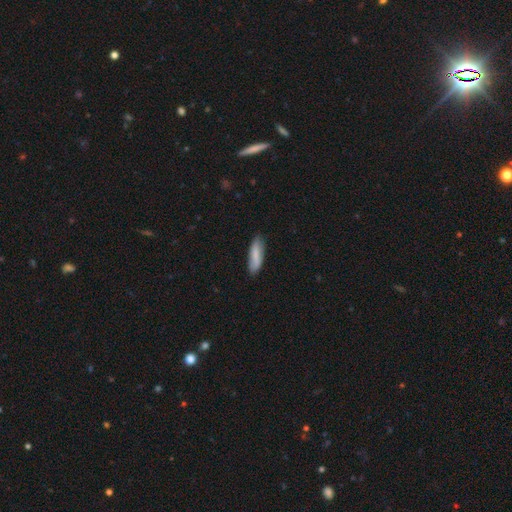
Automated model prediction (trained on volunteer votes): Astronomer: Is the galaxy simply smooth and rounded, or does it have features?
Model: smooth — 81%.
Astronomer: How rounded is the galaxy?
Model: cigar-shaped — 54% (runner-up: in between, 45%).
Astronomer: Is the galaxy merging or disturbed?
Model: none — 80%.